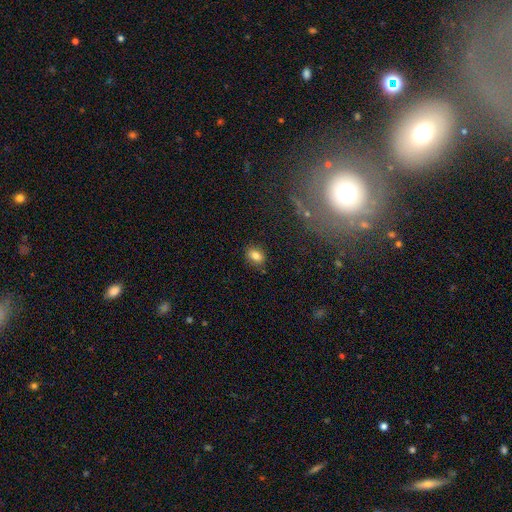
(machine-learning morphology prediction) A smooth galaxy with no disk features (80%) that is in between round and cigar-shaped (74%).

Vote fractions:
- Smooth or featured? smooth: 80% / star or artifact: 11% / featured or disk: 9%
- How rounded? in between: 74% / round: 24% / cigar-shaped: 2%
- Merging? none: 84% / minor disturbance: 11% / major disturbance: 3% / merger: 2%